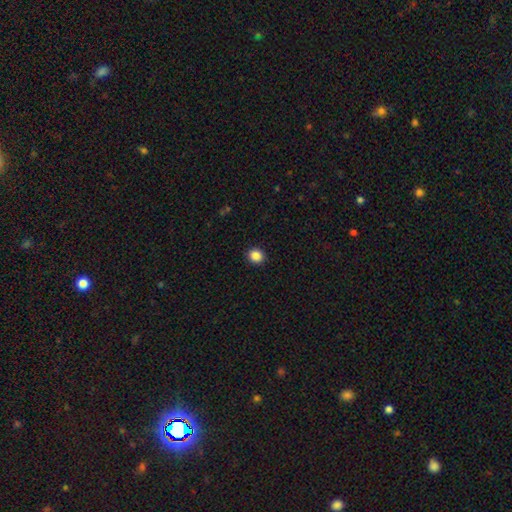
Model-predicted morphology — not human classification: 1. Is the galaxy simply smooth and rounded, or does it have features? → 87% smooth, 10% star or artifact, 3% featured or disk.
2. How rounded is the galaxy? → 86% round, 13% in between, 1% cigar-shaped.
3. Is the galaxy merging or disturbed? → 92% none, 5% minor disturbance, 2% major disturbance, 1% merger.